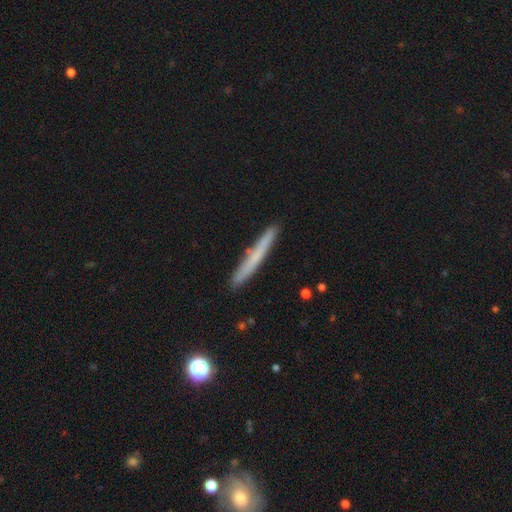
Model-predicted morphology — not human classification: Overall: smooth (60%; featured or disk 33%). How rounded: cigar-shaped (97%). Merging: none (89%).